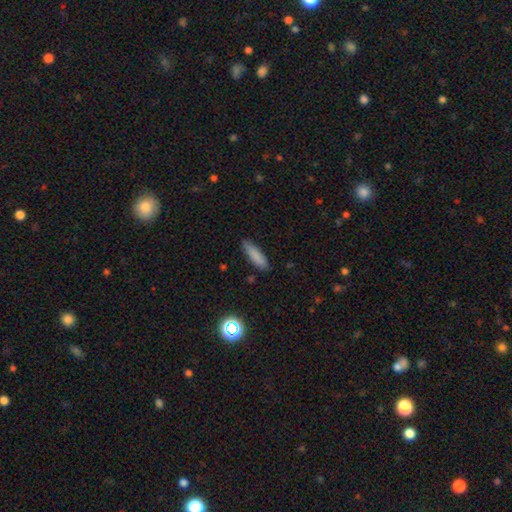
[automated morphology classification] Smooth or featured? Predicted: smooth (p=0.83). How rounded? Predicted: cigar-shaped (p=0.63). Merging? Predicted: none (p=0.84).